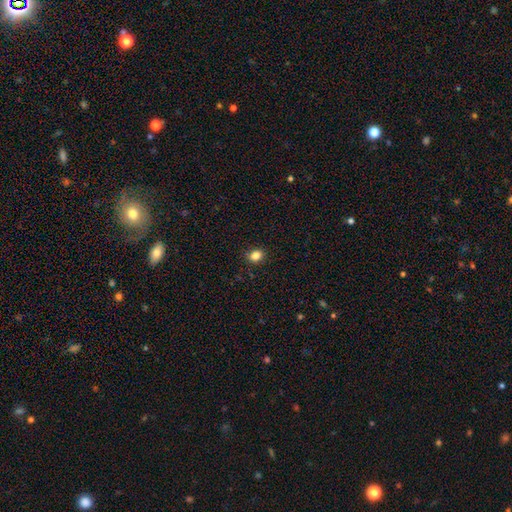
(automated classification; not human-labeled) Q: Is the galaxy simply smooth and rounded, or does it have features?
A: smooth — 83%.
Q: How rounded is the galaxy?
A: round — 57%.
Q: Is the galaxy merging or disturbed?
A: none — 88%.